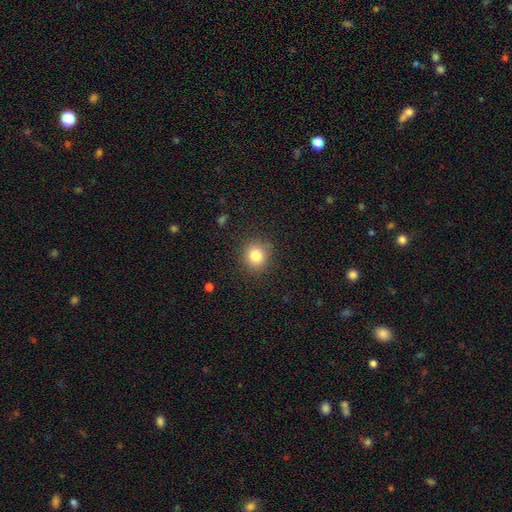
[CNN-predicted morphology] smooth 82%, star or artifact 11%, featured or disk 7%. Down the decision tree: how rounded — round (86%); merging — none (88%).